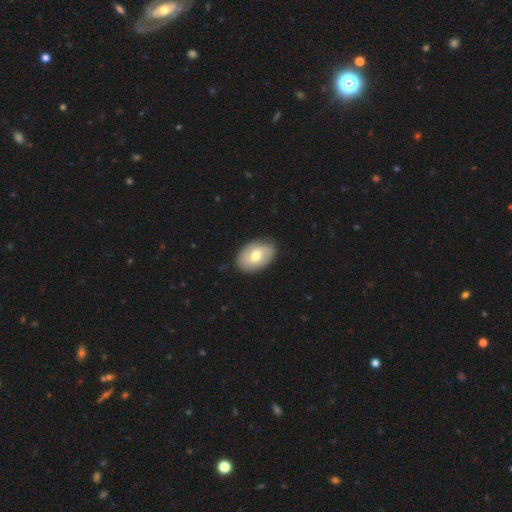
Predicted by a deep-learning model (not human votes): Smooth or featured? Predicted: smooth (p=0.59). How rounded? Predicted: in between (p=0.85). Merging? Predicted: none (p=0.85).